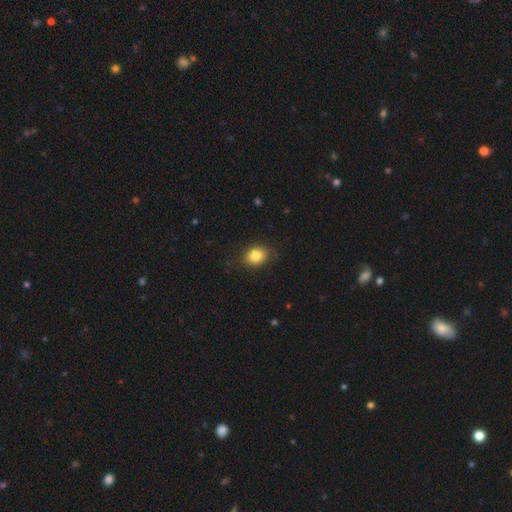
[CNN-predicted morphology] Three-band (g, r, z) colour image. It shows a smooth galaxy with no disk features (84%) that is in between round and cigar-shaped (55%). Merging: none (85%).